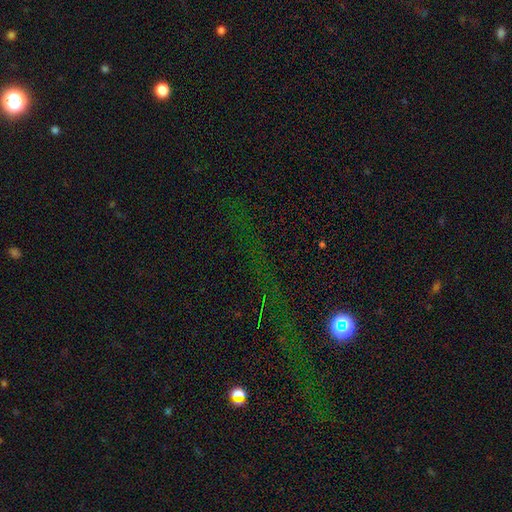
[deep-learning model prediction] This appears to be a star or artifact, not a galaxy (74%).